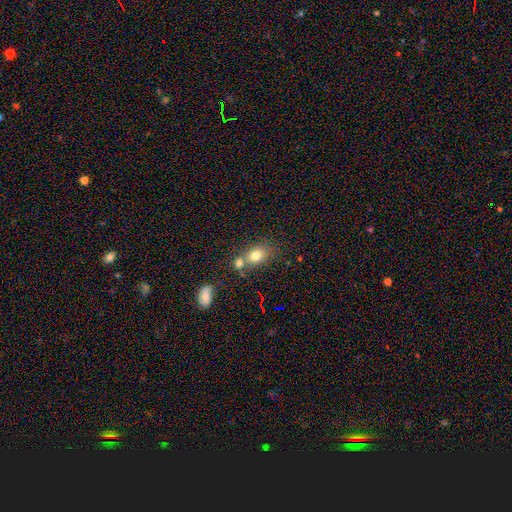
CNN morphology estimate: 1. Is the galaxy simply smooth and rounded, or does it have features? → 75% smooth, 13% featured or disk, 12% star or artifact.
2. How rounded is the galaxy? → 63% in between, 35% round, 2% cigar-shaped.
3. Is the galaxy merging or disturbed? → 47% none, 35% merger, 13% minor disturbance, 5% major disturbance.